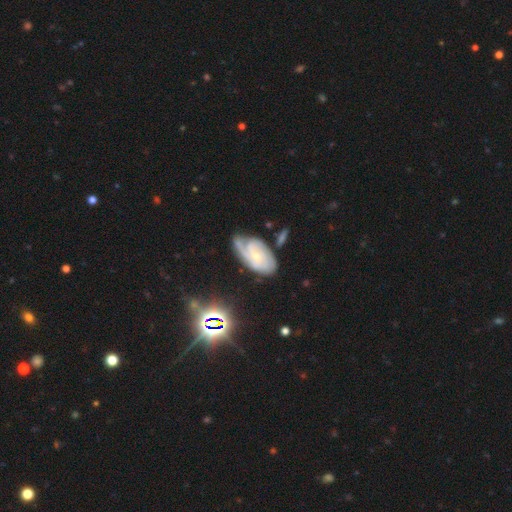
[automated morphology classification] type=featured or disk (73%); edge-on=no (95%); bar=no (63%); spiral arms=yes (91%); winding=tight (55%); arm count=can't tell (38%); bulge=small (75%); merging=none (49%).